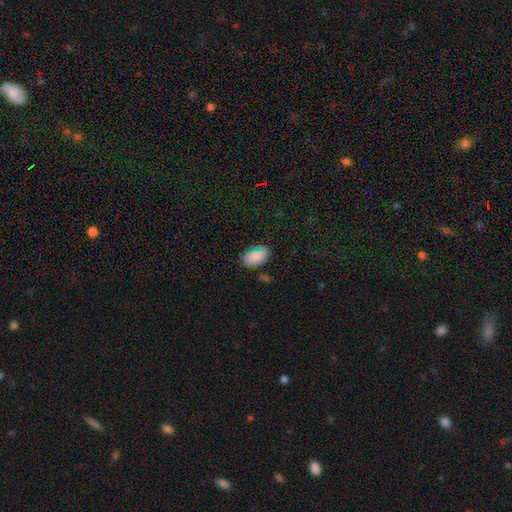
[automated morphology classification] smooth-or-featured: smooth: 81% | star or artifact: 12% | featured or disk: 7%
  how-rounded: in between: 89% | round: 10% | cigar-shaped: 1%
  merging: none: 78% | minor disturbance: 16% | major disturbance: 4% | merger: 2%